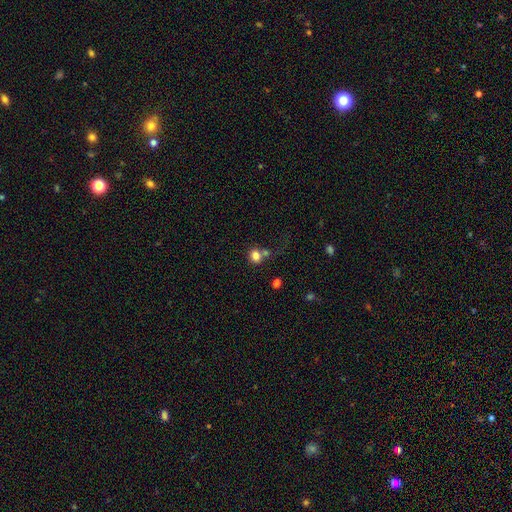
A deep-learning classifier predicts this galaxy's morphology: Smooth or featured? Predicted: smooth (p=0.80). How rounded? Predicted: round (p=0.71). Merging? Predicted: none (p=0.49).